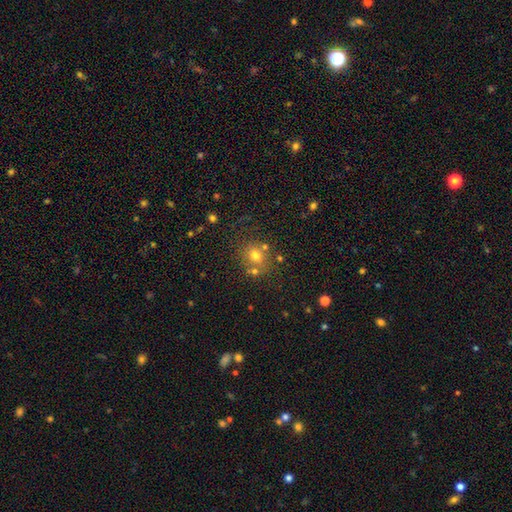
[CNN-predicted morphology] A smooth galaxy with no disk features (68%) that is round (68%). Merging: none (66%).